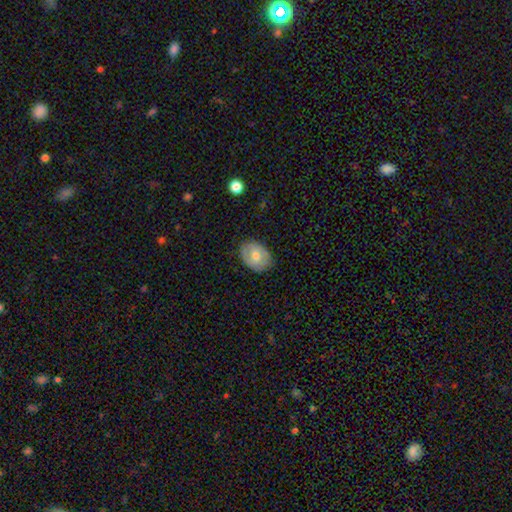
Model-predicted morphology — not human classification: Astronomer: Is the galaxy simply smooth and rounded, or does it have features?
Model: smooth — 62%.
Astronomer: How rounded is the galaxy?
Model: in between — 68%.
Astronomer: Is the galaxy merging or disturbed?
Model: none — 80%.